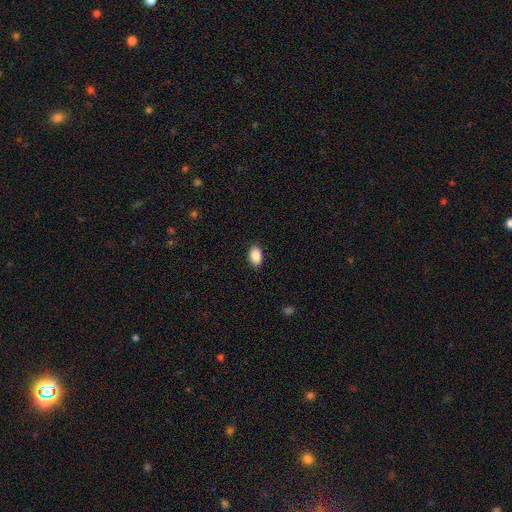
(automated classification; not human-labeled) Smooth or featured: smooth — 89% (star or artifact — 7%)
How rounded: in between — 90% (round — 9%)
Merging: none — 89% (minor disturbance — 8%)